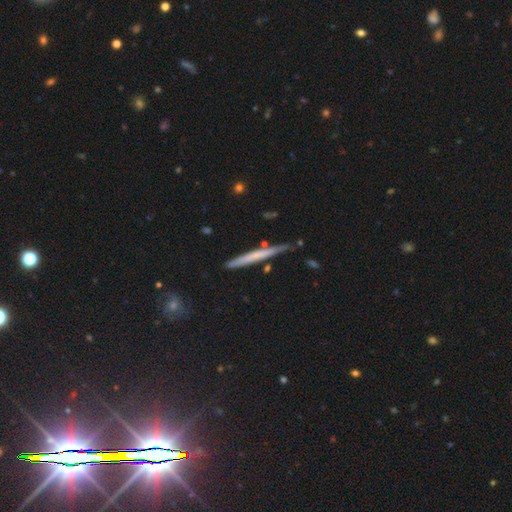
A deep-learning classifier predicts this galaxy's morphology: The model was most divided on "smooth or featured" (2-way tie): featured or disk: 47%, smooth: 47%, star or artifact: 6%. More confident: merging — none (79%).